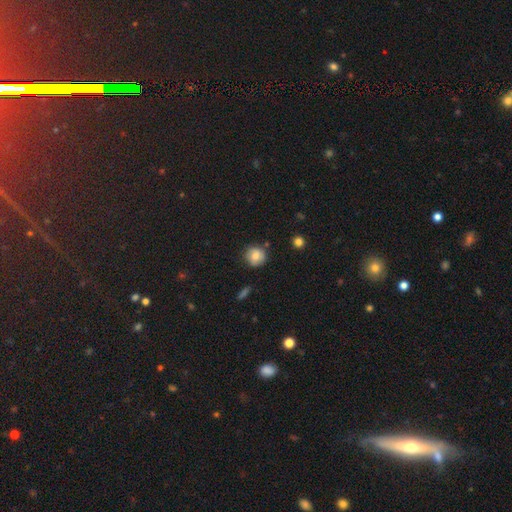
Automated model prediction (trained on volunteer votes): Smooth or featured? smooth (76%)
How rounded? round (91%)
Merging? none (81%)